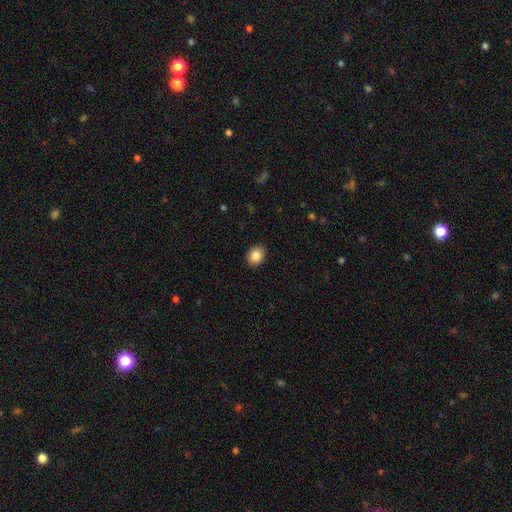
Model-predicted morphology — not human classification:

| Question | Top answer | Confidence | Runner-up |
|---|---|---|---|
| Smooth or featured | smooth | 84% | star or artifact (9%) |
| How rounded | in between | 57% | round (42%) |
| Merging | none | 90% | minor disturbance (7%) |